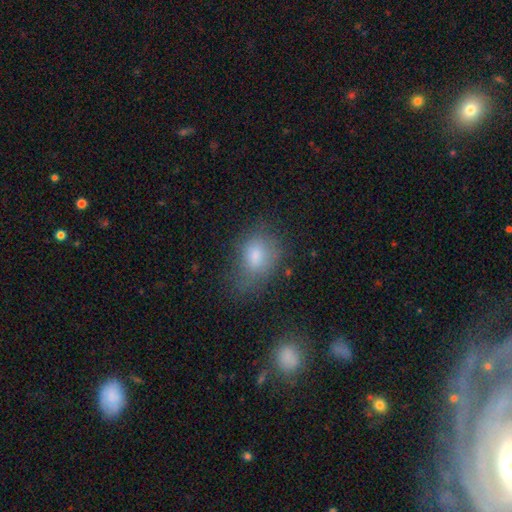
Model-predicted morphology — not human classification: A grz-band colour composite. It shows a smooth galaxy with no disk features (75%) that is in between round and cigar-shaped (71%). Merging: none (49%).